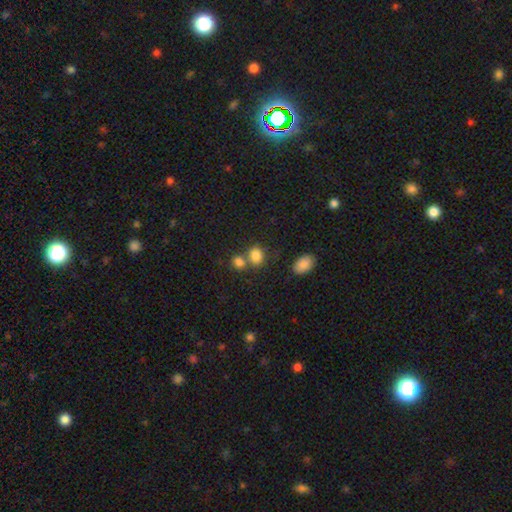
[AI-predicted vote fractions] The model was most divided on "how rounded": round: 54%, in between: 45%, cigar-shaped: 1%. Remaining: smooth or featured — smooth (83%); merging — none (50%).